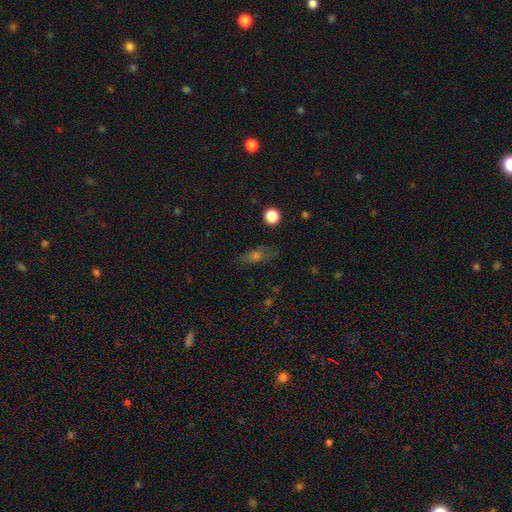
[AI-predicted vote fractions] A smooth galaxy with no disk features (51%) that is in between round and cigar-shaped (56%).

Vote fractions:
- Smooth or featured? smooth: 51% / featured or disk: 28% / star or artifact: 21%
- How rounded? in between: 56% / cigar-shaped: 31% / round: 13%
- Merging? none: 78% / minor disturbance: 15% / major disturbance: 5% / merger: 2%